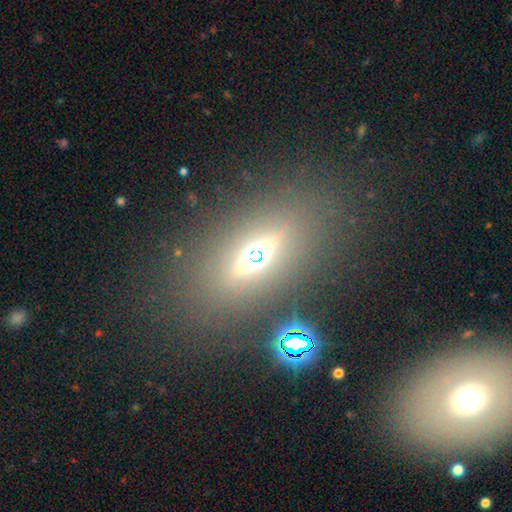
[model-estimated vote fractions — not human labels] A featured or disk galaxy (42%). Merging: none (80%).